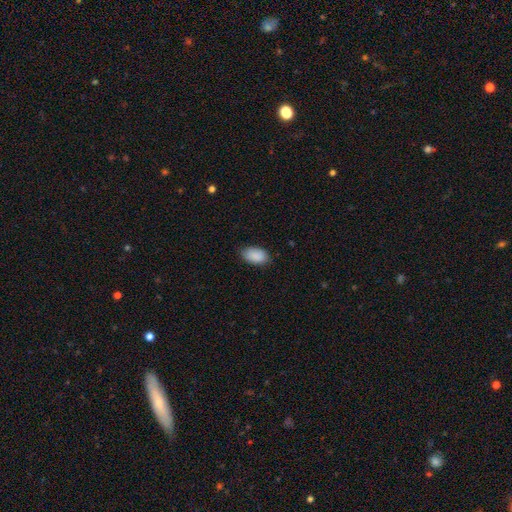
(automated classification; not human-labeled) This is clearly a smooth galaxy (90%). How rounded: clearly in between (93%). Merging: likely none (80%).